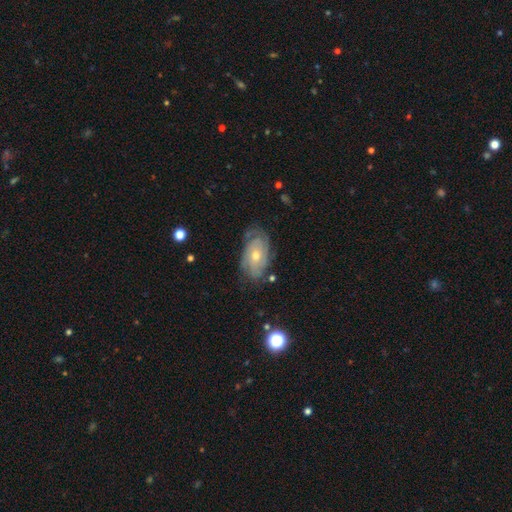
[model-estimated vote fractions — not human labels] A featured or disk galaxy (73%) with no bar (77%), tight (68%) spiral arms (88%) and a moderate central bulge (52%). Merging: none (71%).